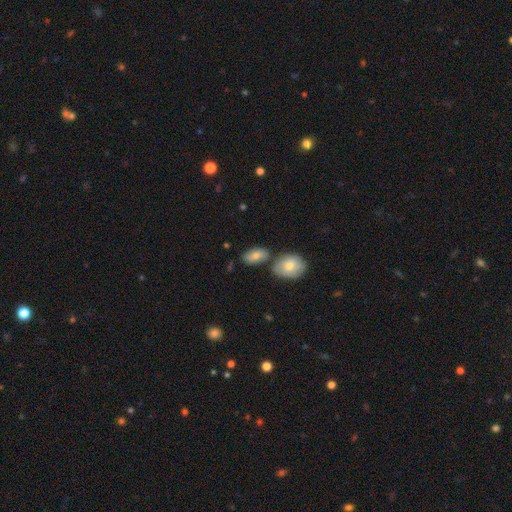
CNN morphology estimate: This appears to be a smooth galaxy with no disk features (76%) that is in between round and cigar-shaped (90%). Merging: none (59%).